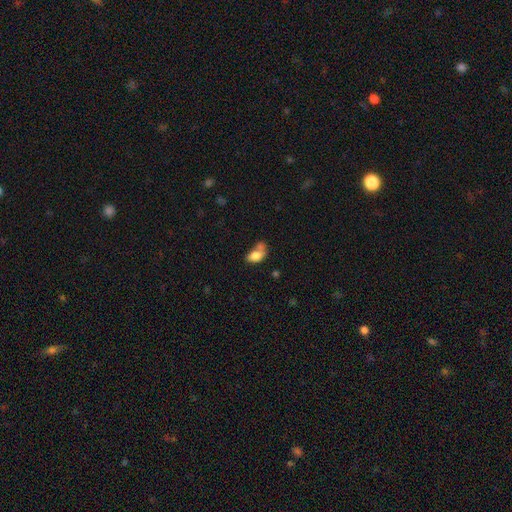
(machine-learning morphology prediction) This is likely a smooth galaxy (75%). How rounded: clearly in between (89%). Merging: marginally merger (42%).